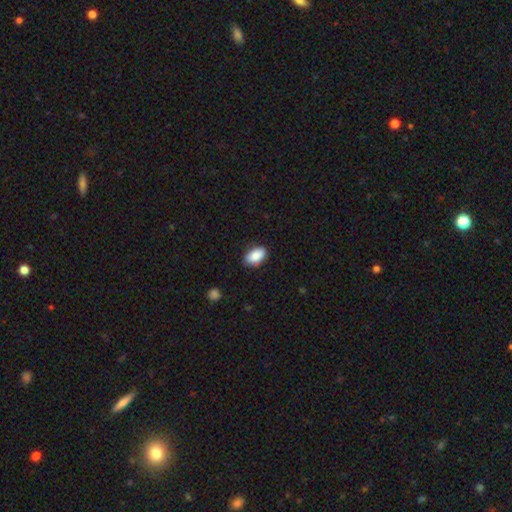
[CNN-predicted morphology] The model was most divided on "merging": none: 85%, minor disturbance: 11%, major disturbance: 2%, merger: 1%. More confident: how rounded — in between (93%); smooth or featured — smooth (88%).